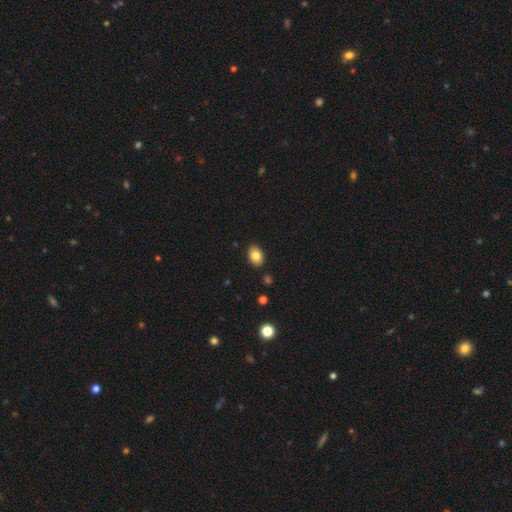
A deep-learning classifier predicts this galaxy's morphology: smooth 82%, featured or disk 10%, star or artifact 8%. Down the decision tree: how rounded — in between (83%); merging — none (87%).